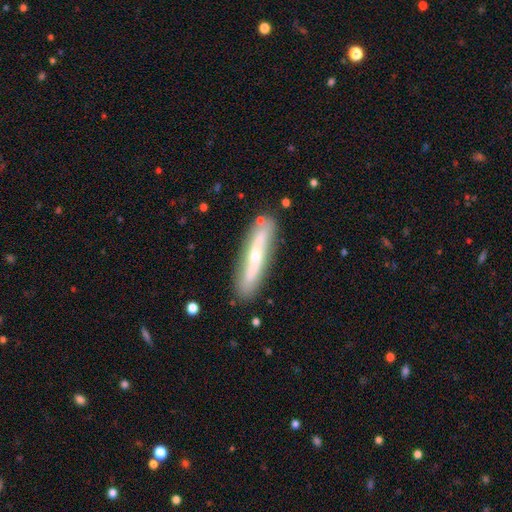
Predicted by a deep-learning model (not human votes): Morphology: type=featured or disk (61%); edge-on=yes (64%); merging=none (83%).